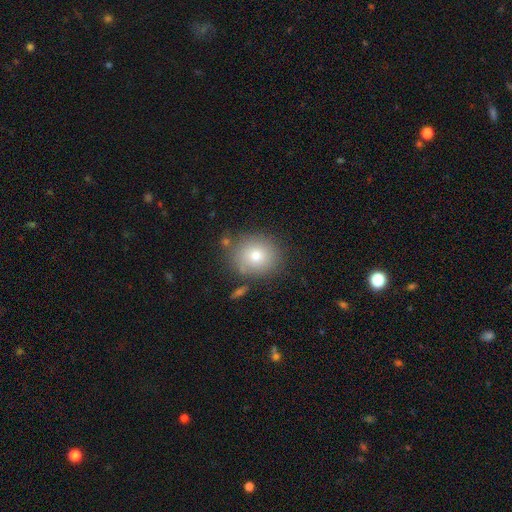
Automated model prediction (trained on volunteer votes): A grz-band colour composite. It shows a smooth galaxy with no disk features (75%) that is round (79%). Merging: none (80%).